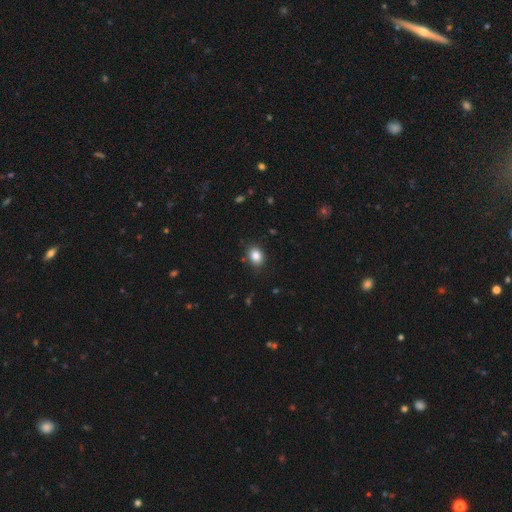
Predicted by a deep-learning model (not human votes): Smooth or featured: smooth — 84% (star or artifact — 9%)
How rounded: in between — 60% (round — 39%)
Merging: none — 86% (minor disturbance — 10%)